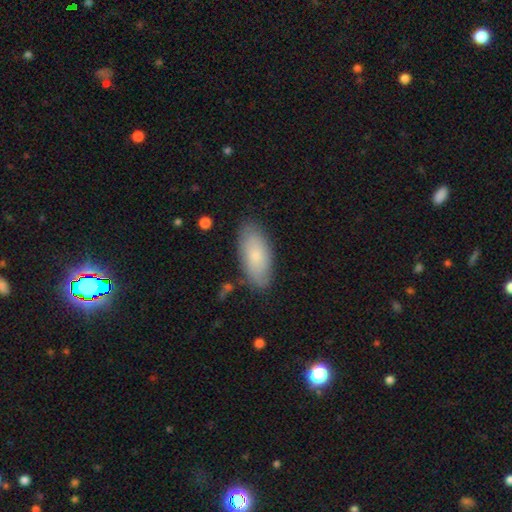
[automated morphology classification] Q: Smooth or featured?
A: smooth (74%); runner-up: featured or disk (20%)
Q: How rounded?
A: in between (89%); runner-up: cigar-shaped (9%)
Q: Merging?
A: none (81%); runner-up: minor disturbance (14%)